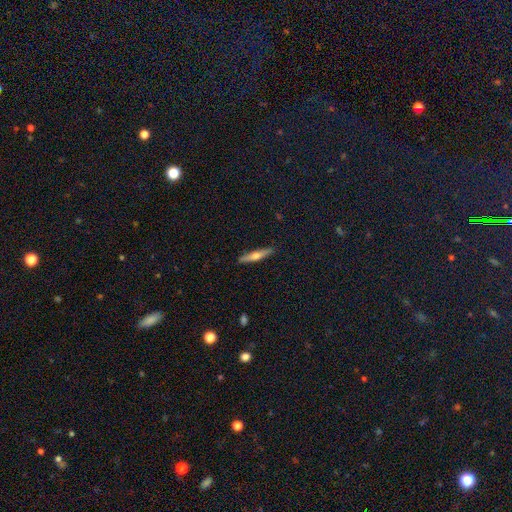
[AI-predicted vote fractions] featured or disk 52%, smooth 42%, star or artifact 6%. Down the decision tree: edge-on disk — yes (95%); merging — none (90%).